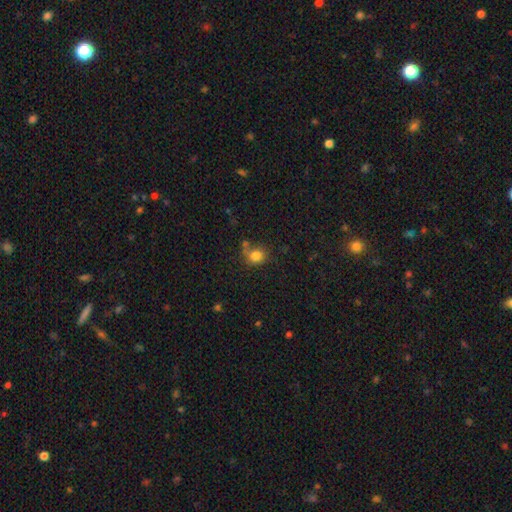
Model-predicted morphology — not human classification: smooth-or-featured: smooth: 81% | star or artifact: 12% | featured or disk: 7%
  how-rounded: round: 74% | in between: 25% | cigar-shaped: 1%
  merging: none: 60% | minor disturbance: 18% | merger: 16% | major disturbance: 6%